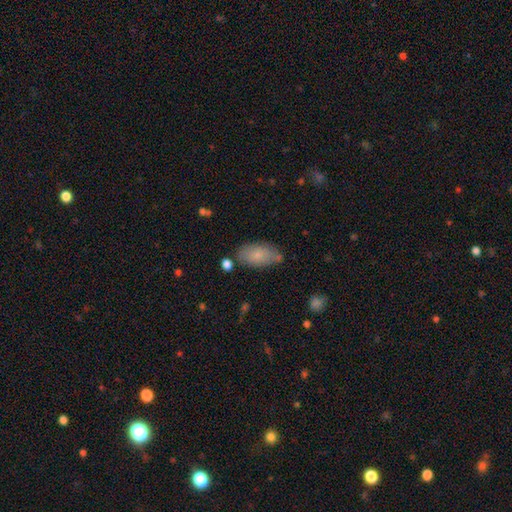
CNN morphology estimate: This is likely a smooth galaxy (78%). How rounded: clearly in between (92%). Merging: likely none (70%).